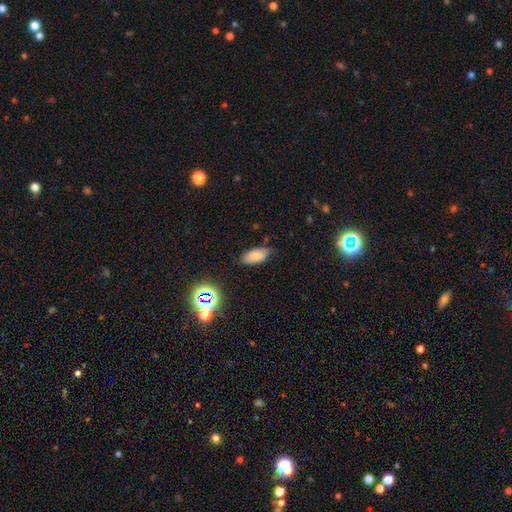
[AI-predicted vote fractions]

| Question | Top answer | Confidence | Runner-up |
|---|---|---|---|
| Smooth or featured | smooth | 77% | star or artifact (12%) |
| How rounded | in between | 92% | cigar-shaped (5%) |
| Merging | none | 76% | minor disturbance (18%) |